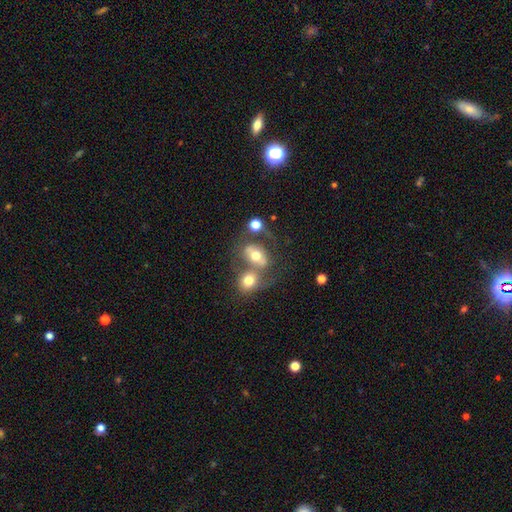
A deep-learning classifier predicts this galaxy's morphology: This is possibly a smooth galaxy (55%). How rounded: likely in between (64%). Merging: possibly merger (46%).